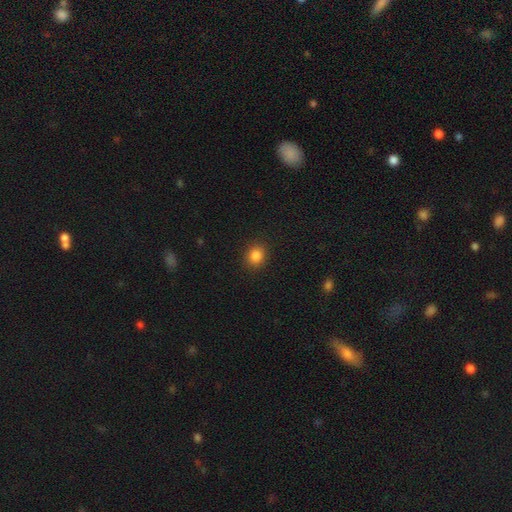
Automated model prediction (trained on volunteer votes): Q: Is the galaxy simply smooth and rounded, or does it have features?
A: smooth — 85%.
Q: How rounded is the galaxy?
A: round — 70%.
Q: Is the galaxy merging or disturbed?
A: none — 90%.